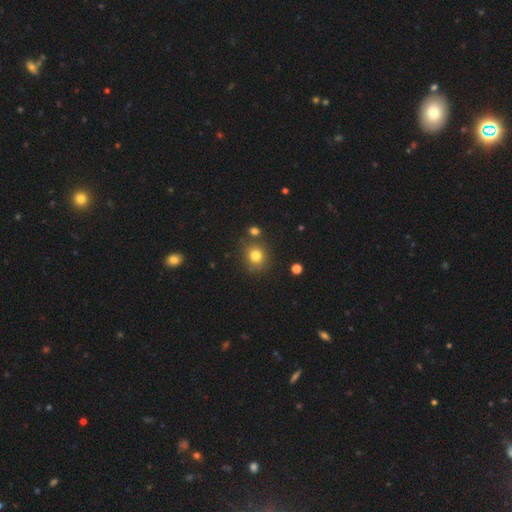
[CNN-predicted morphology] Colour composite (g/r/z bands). It shows a smooth galaxy with no disk features (79%) that is round (80%). Merging: none (78%).